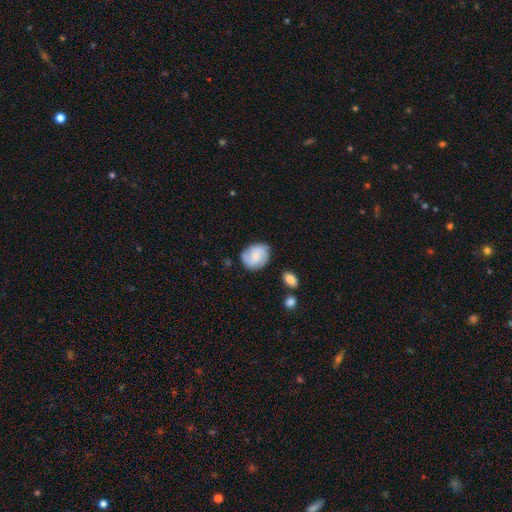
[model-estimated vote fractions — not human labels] smooth-or-featured: smooth: 56% | featured or disk: 36% | star or artifact: 8%
  how-rounded: round: 54% | in between: 45% | cigar-shaped: 1%
  merging: none: 73% | minor disturbance: 19% | major disturbance: 5% | merger: 3%